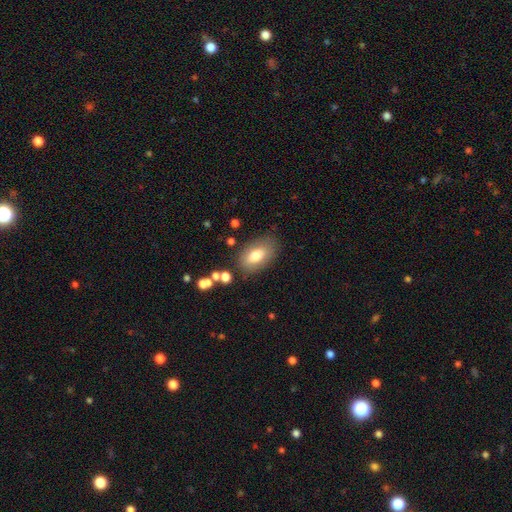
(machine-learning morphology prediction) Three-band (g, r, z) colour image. It shows a smooth galaxy with no disk features (76%) that is in between round and cigar-shaped (90%). Merging: none (76%).